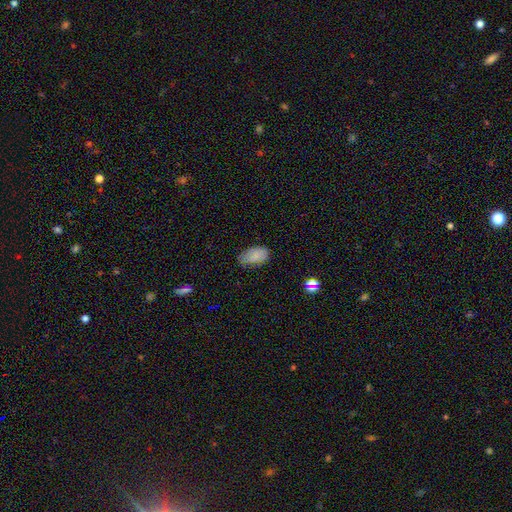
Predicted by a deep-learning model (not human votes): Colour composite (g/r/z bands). It shows a smooth galaxy with no disk features (80%) that is in between round and cigar-shaped (93%). Merging: none (65%).